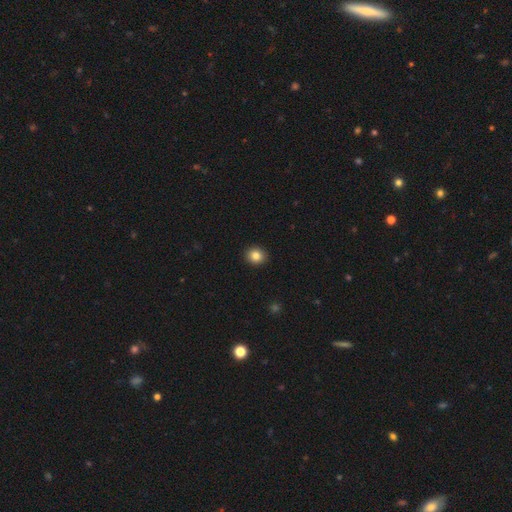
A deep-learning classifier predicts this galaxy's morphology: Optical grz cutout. It shows a smooth galaxy with no disk features (84%) that is round (82%). Merging: none (93%).